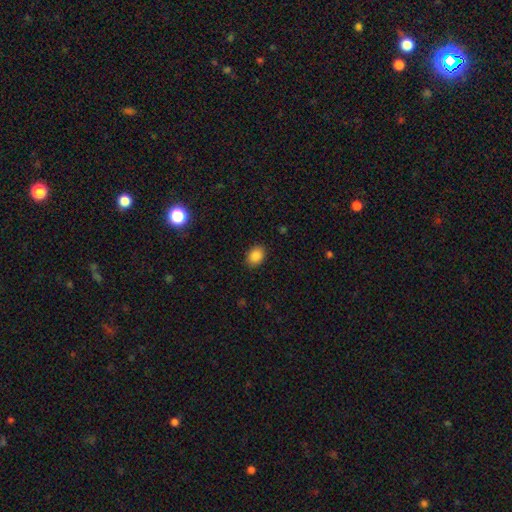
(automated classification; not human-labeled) Overall: smooth (88%). How rounded: in between (68%; round 31%). Merging: none (87%).